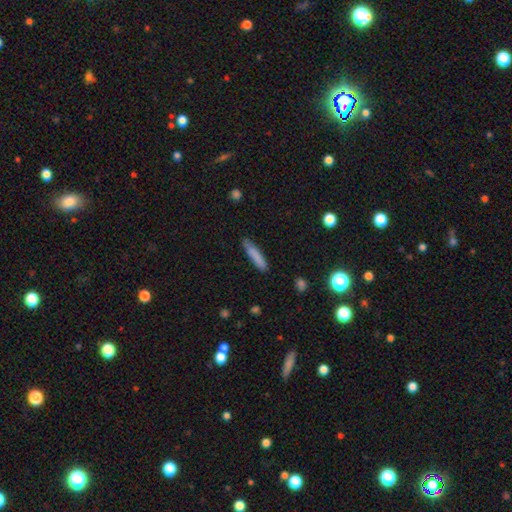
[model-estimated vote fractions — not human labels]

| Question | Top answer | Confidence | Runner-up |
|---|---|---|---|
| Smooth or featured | smooth | 80% | featured or disk (13%) |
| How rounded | cigar-shaped | 88% | in between (11%) |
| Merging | none | 81% | minor disturbance (14%) |